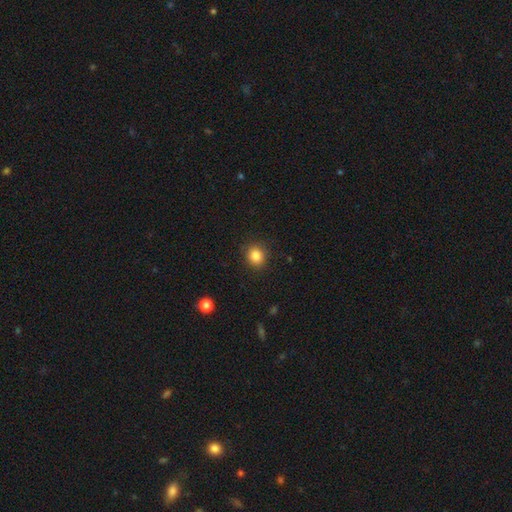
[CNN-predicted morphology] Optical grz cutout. It shows a smooth galaxy with no disk features (85%) that is round (77%). Merging: none (87%).